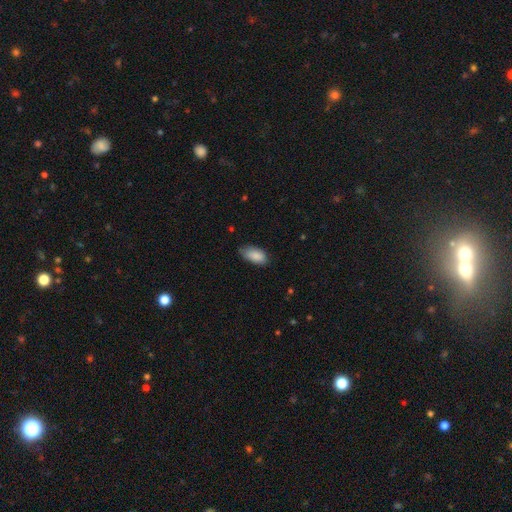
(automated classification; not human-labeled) This appears to be a smooth galaxy with no disk features (87%) that is in between round and cigar-shaped (93%). Merging: none (69%).